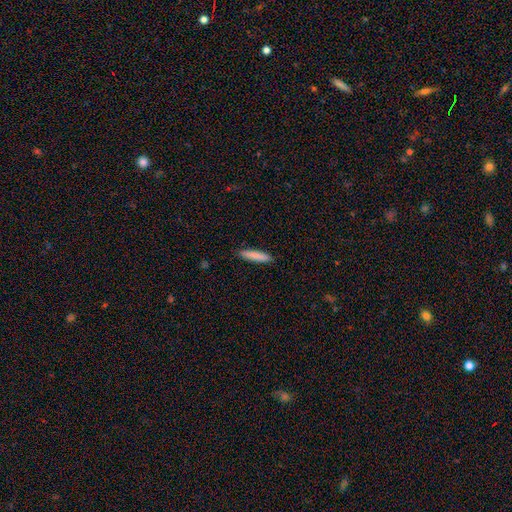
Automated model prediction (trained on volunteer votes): This is clearly a smooth galaxy (84%). How rounded: clearly cigar-shaped (87%). Merging: clearly none (91%).